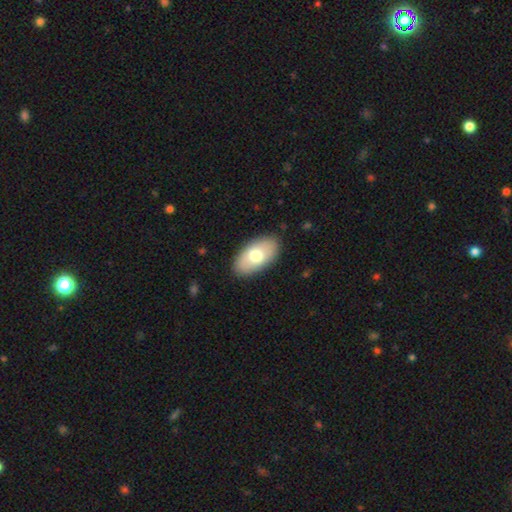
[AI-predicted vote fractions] Morphology: type=smooth (72%); roundness=in between (95%); merging=none (88%).